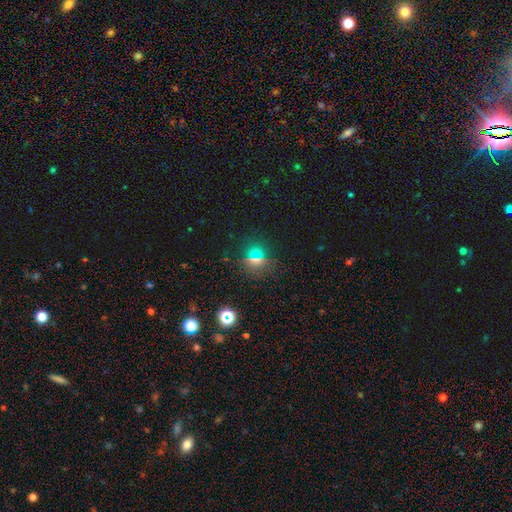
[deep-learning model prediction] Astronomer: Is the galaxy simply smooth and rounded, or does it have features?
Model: smooth — 56% (runner-up: star or artifact, 36%).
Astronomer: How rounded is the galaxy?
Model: round — 86%.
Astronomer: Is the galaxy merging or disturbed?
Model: none — 84%.